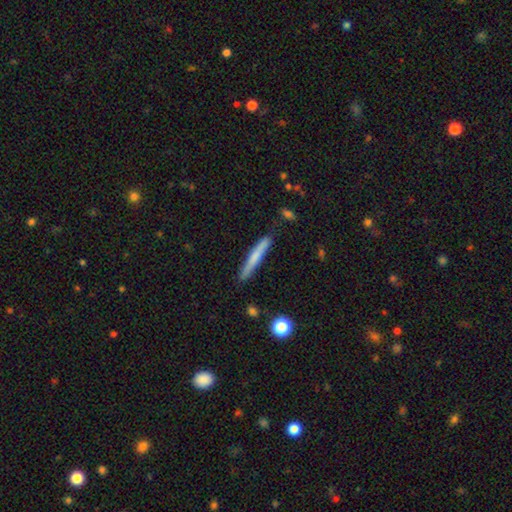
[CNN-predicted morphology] A smooth galaxy with no disk features (62%) that is cigar-shaped (95%).

Vote fractions:
- Smooth or featured? smooth: 62% / featured or disk: 32% / star or artifact: 6%
- How rounded? cigar-shaped: 95% / in between: 3% / round: 1%
- Merging? none: 85% / minor disturbance: 10% / merger: 2% / major disturbance: 2%